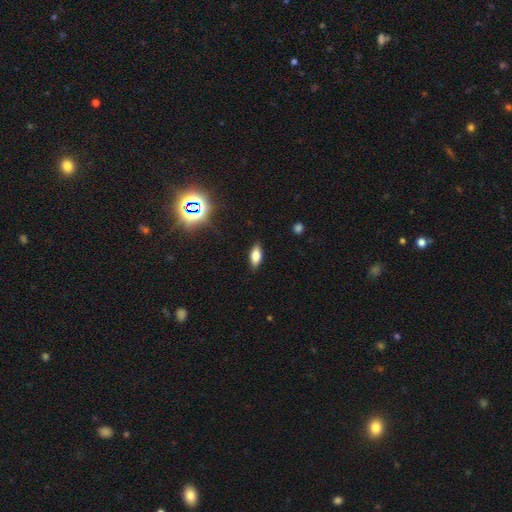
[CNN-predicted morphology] smooth_or_featured: smooth (p=0.76) [alt: featured or disk p=0.13]
how_rounded: in between (p=0.82) [alt: cigar-shaped p=0.15]
merging: none (p=0.87) [alt: minor disturbance p=0.10]